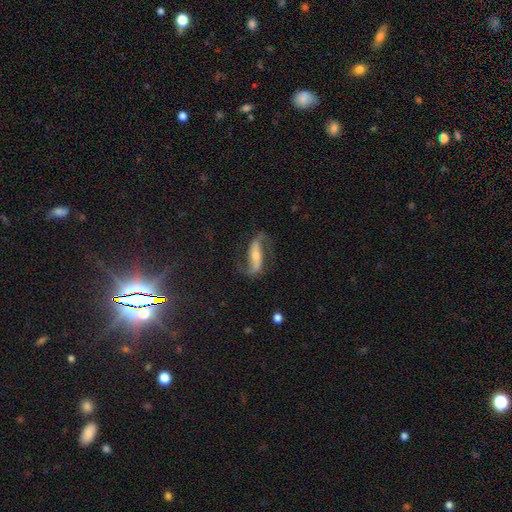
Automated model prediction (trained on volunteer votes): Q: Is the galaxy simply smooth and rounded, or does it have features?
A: featured or disk — 83%.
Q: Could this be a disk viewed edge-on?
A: no — 90%.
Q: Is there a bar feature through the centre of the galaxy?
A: strong — 56%.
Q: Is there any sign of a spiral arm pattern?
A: yes — 95%.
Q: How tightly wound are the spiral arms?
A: loose — 66%.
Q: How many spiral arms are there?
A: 2 — 91%.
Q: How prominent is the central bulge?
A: small — 47%.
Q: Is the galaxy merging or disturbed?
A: none — 73%.